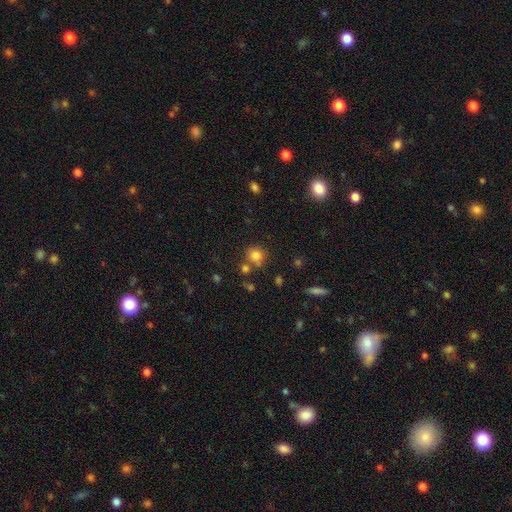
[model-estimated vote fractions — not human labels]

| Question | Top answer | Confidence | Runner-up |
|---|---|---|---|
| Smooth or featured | smooth | 80% | star or artifact (12%) |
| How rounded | round | 85% | in between (14%) |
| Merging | none | 66% | merger (17%) |